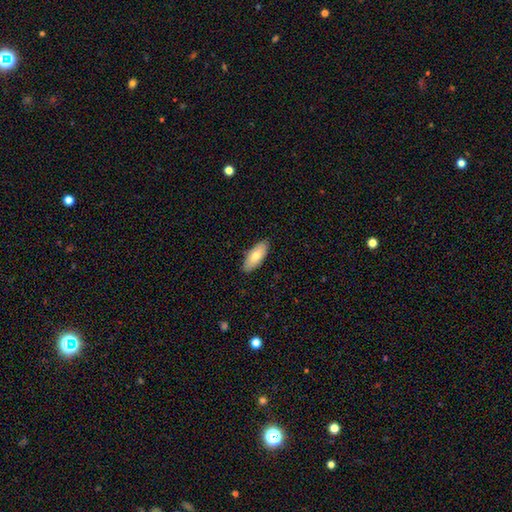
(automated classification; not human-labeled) This is likely a smooth galaxy (73%). How rounded: clearly in between (84%). Merging: clearly none (87%).